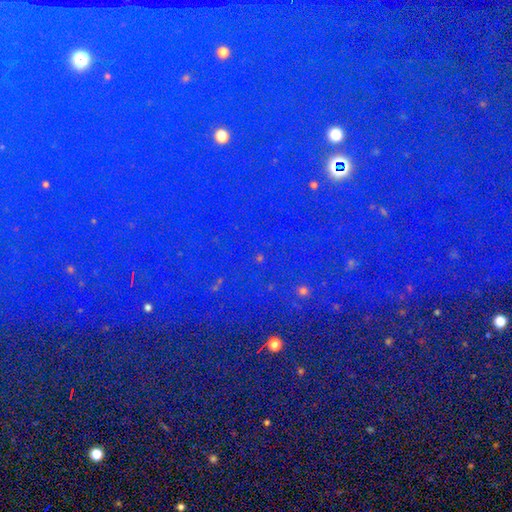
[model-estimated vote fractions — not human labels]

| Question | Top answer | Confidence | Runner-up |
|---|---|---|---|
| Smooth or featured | star or artifact | 83% | smooth (9%) |